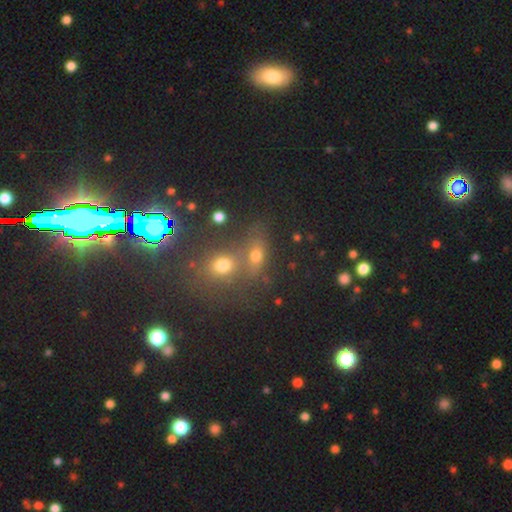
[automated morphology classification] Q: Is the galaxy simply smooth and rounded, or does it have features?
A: smooth — 57%.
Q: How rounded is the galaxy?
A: in between — 53%.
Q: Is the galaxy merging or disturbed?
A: none — 48%.